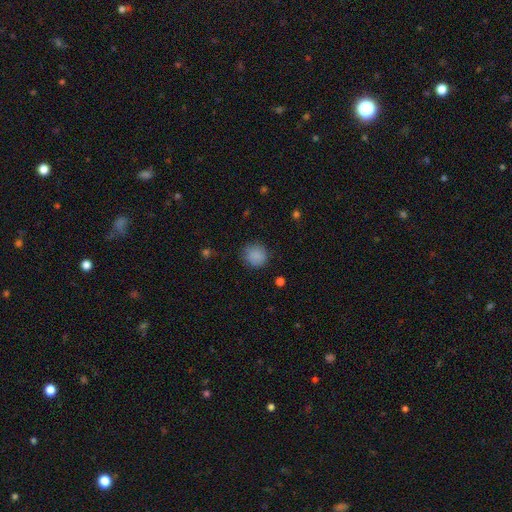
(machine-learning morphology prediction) A smooth galaxy with no disk features (86%) that is round (87%).

Vote fractions:
- Smooth or featured? smooth: 86% / star or artifact: 9% / featured or disk: 5%
- How rounded? round: 87% / in between: 12% / cigar-shaped: 1%
- Merging? none: 80% / minor disturbance: 15% / major disturbance: 4% / merger: 1%